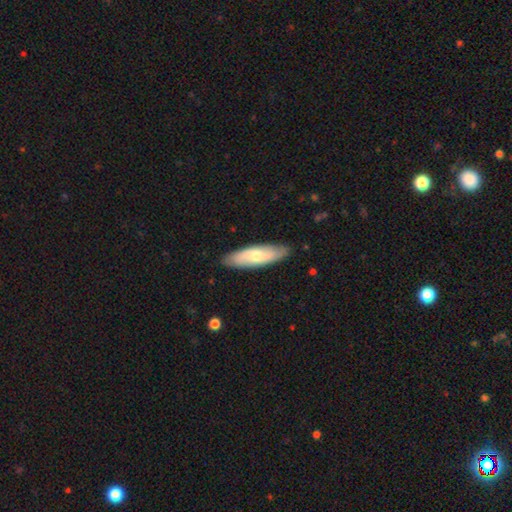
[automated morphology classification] The model was most divided on "how rounded": cigar-shaped: 57%, in between: 41%, round: 2%. More confident: merging — none (87%); smooth or featured — smooth (56%).